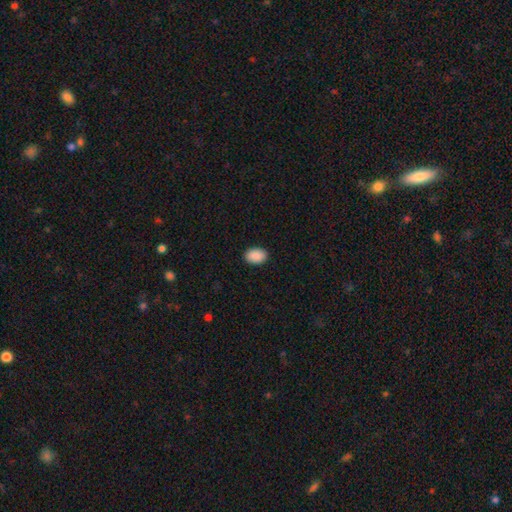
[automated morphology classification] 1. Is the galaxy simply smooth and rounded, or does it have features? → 91% smooth, 7% star or artifact, 2% featured or disk.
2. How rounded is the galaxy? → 87% in between, 12% round, 1% cigar-shaped.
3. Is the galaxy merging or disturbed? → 91% none, 7% minor disturbance, 2% major disturbance, 1% merger.